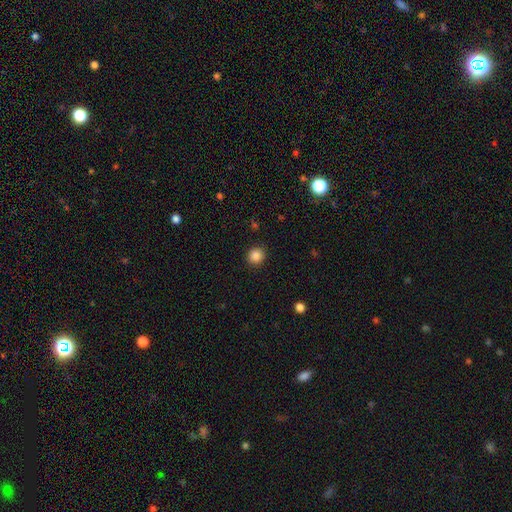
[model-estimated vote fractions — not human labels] Morphology: type=smooth (86%); roundness=round (91%); merging=none (92%).